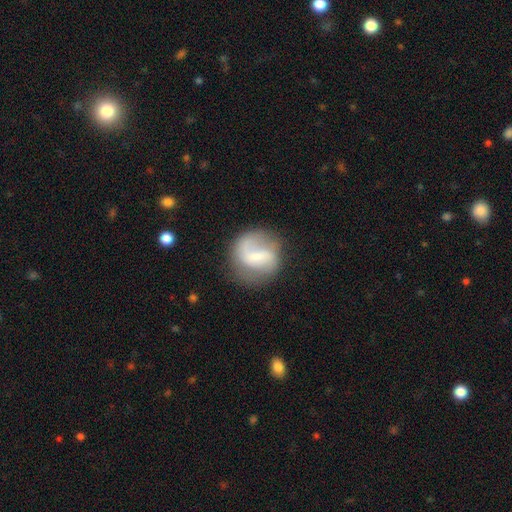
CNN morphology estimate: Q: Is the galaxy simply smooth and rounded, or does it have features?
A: featured or disk — 62%.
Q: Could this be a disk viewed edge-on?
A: no — 97%.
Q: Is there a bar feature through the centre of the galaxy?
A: weak — 50%.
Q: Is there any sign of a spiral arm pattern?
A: yes — 83%.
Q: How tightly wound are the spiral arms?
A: loose — 49%.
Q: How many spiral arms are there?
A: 2 — 72%.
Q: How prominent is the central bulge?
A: small — 52%.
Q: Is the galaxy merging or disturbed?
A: none — 67%.